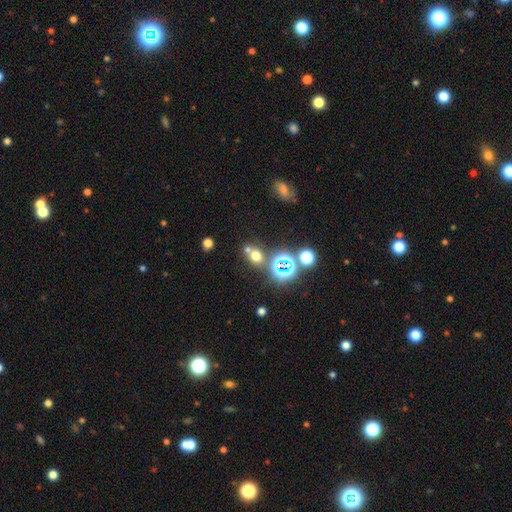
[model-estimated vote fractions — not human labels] A smooth galaxy with no disk features (59%) that is round (70%).

Vote fractions:
- Smooth or featured? smooth: 59% / star or artifact: 31% / featured or disk: 10%
- How rounded? round: 70% / in between: 28% / cigar-shaped: 1%
- Merging? none: 62% / merger: 24% / minor disturbance: 10% / major disturbance: 4%